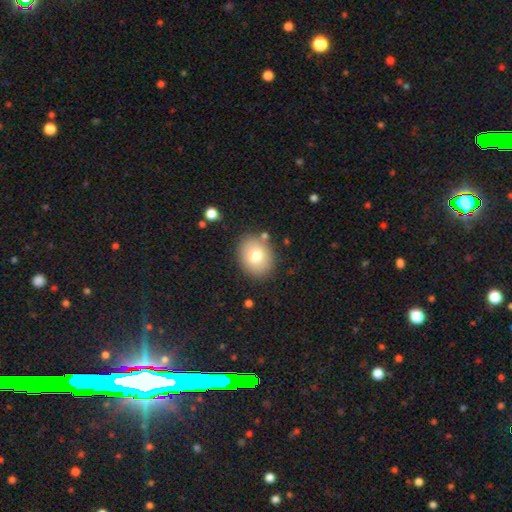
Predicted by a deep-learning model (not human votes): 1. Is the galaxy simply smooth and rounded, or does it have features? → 75% smooth, 16% featured or disk, 9% star or artifact.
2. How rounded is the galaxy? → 53% round, 47% in between, 1% cigar-shaped.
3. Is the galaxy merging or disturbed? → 83% none, 11% minor disturbance, 3% merger, 3% major disturbance.